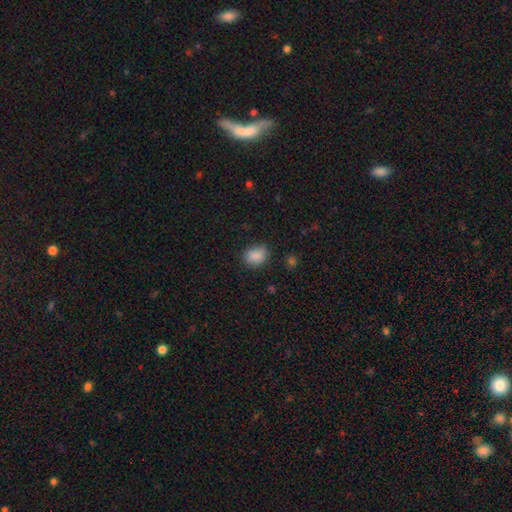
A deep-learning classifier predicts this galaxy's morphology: The model was most divided on "how rounded": in between: 52%, round: 47%, cigar-shaped: 1%. More confident: smooth or featured — smooth (87%); merging — none (77%).